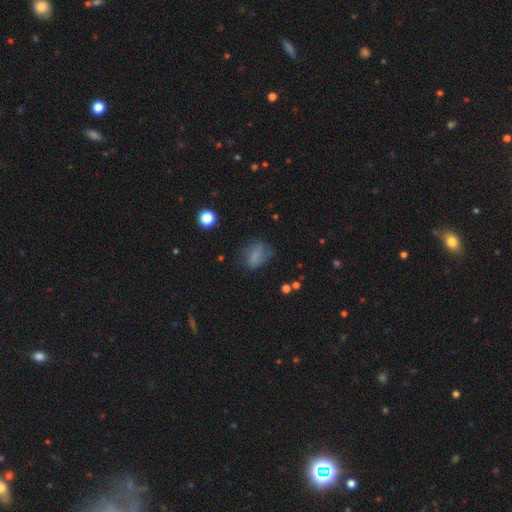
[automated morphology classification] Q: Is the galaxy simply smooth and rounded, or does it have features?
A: smooth — 71%.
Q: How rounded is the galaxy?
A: in between — 75%.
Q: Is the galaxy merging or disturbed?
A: none — 57%.